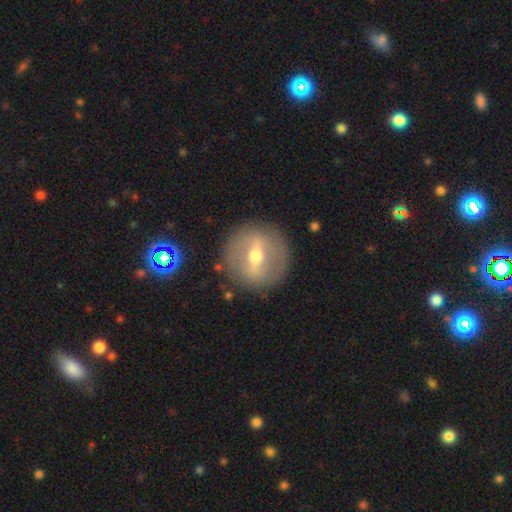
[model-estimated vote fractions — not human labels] Smooth or featured?
  - featured or disk: 67% *
  - smooth: 26%
  - star or artifact: 7%
Edge-on disk?
  - no: 82% *
  - yes: 18%
Bar?
  - strong: 57% *
  - weak: 33%
  - no: 10%
Spiral arms?
  - no: 73% *
  - yes: 27%
Bulge size?
  - moderate: 72% *
  - small: 21%
  - large: 5%
  - dominant: 1%
  - none: 1%
Merging?
  - none: 86% *
  - minor disturbance: 9%
  - major disturbance: 4%
  - merger: 2%